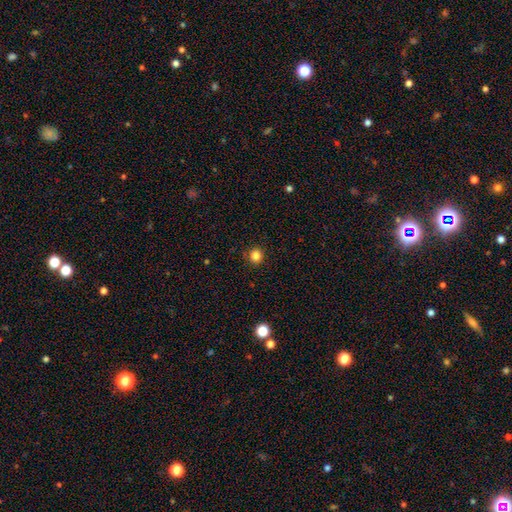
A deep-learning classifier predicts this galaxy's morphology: The model was most divided on "smooth or featured": smooth: 84%, star or artifact: 12%, featured or disk: 4%. More confident: how rounded — round (92%); merging — none (91%).